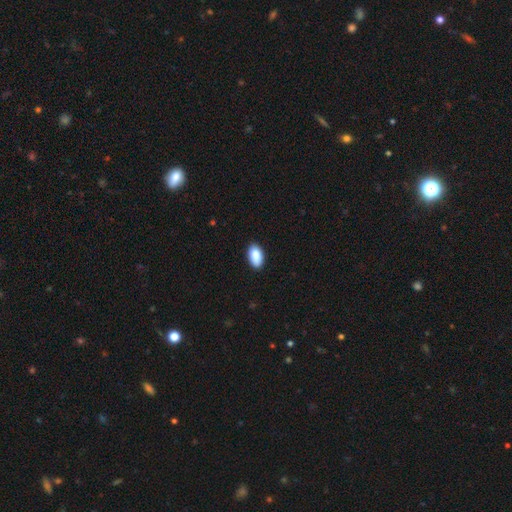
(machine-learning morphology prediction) Q: Smooth or featured?
A: smooth (90%); runner-up: star or artifact (6%)
Q: How rounded?
A: in between (95%); runner-up: round (3%)
Q: Merging?
A: none (89%); runner-up: minor disturbance (9%)